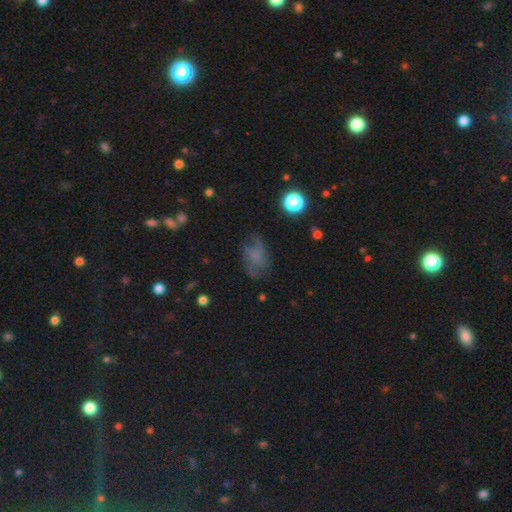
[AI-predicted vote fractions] Smooth or featured?
  - smooth: 42% *
  - featured or disk: 41%
  - star or artifact: 17%
Merging?
  - none: 54% *
  - minor disturbance: 24%
  - major disturbance: 20%
  - merger: 3%